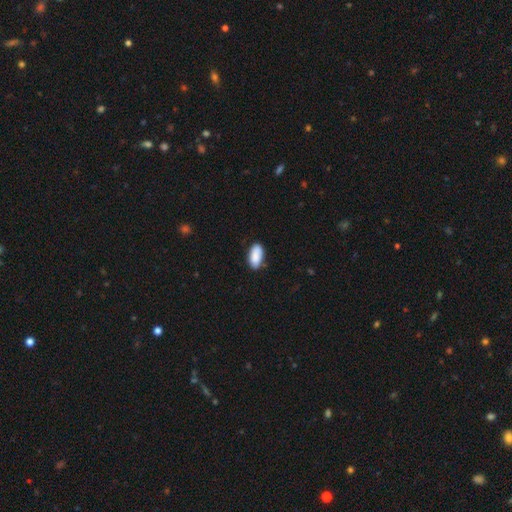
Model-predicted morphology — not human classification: This is clearly a smooth galaxy (89%). How rounded: clearly in between (92%). Merging: likely none (79%).